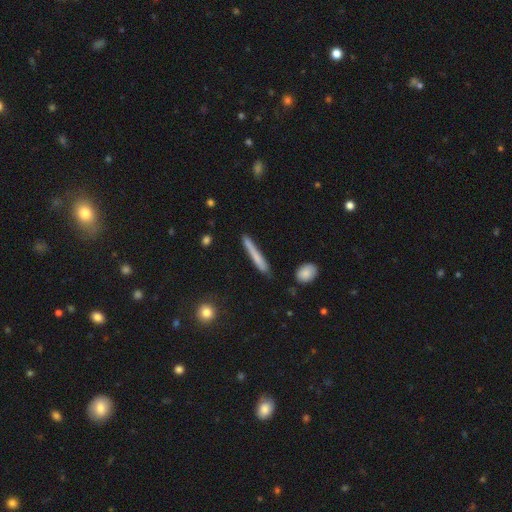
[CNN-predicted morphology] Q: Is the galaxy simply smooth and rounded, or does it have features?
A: smooth — 65%.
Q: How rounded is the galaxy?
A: cigar-shaped — 96%.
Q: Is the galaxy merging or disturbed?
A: none — 80%.